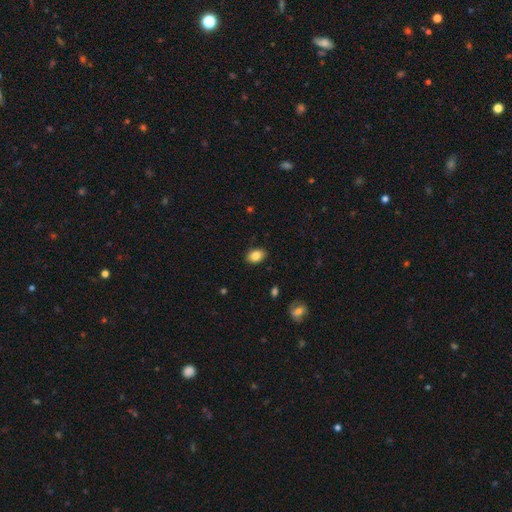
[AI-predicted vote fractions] Overall: smooth (85%). How rounded: in between (83%). Merging: none (87%).